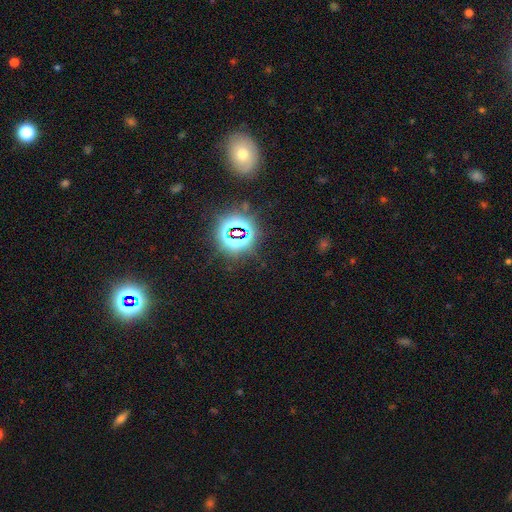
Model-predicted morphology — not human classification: smooth_or_featured: star or artifact (p=0.73) [alt: smooth p=0.17]